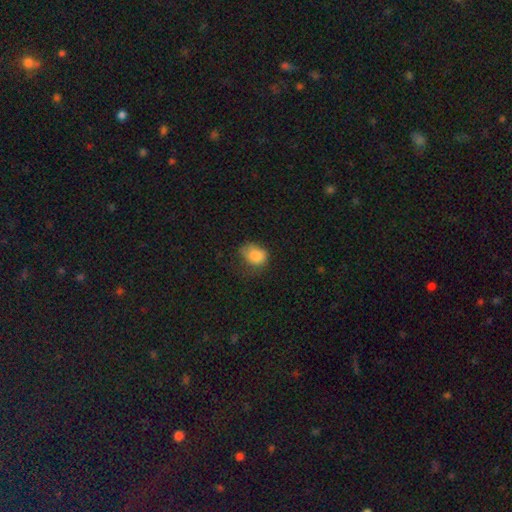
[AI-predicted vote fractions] Morphology: type=smooth (84%); roundness=in between (56%); merging=none (45%).